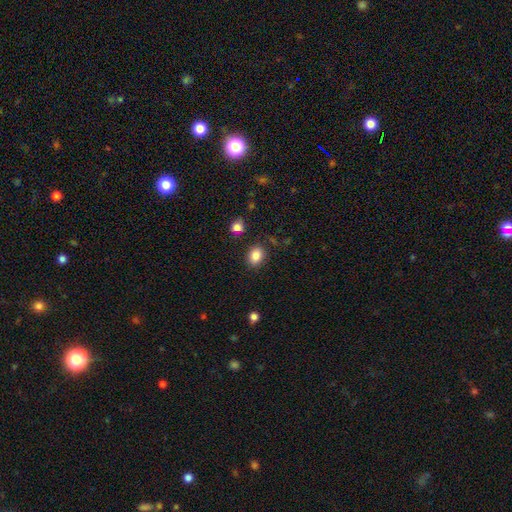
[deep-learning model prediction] Smooth or featured? smooth (85%)
How rounded? in between (63%)
Merging? none (83%)